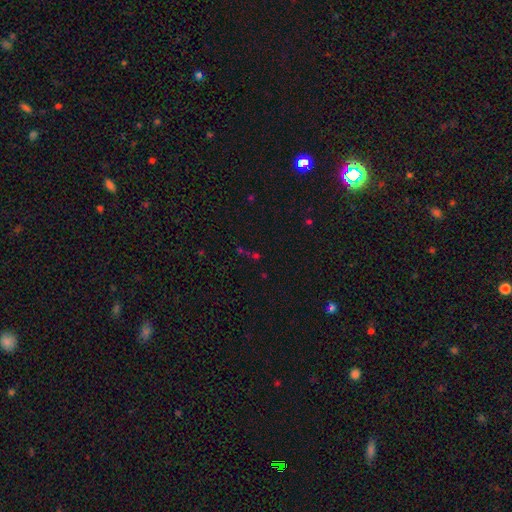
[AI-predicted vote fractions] Q: Smooth or featured?
A: star or artifact (56%); runner-up: smooth (33%)